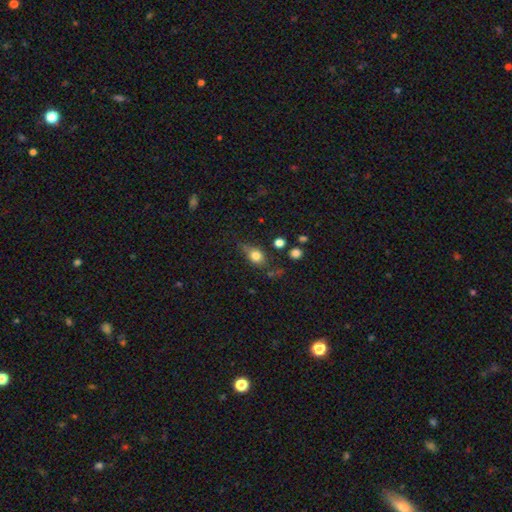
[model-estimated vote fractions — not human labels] This is likely a smooth galaxy (79%). How rounded: possibly in between (51%). Merging: likely none (61%).